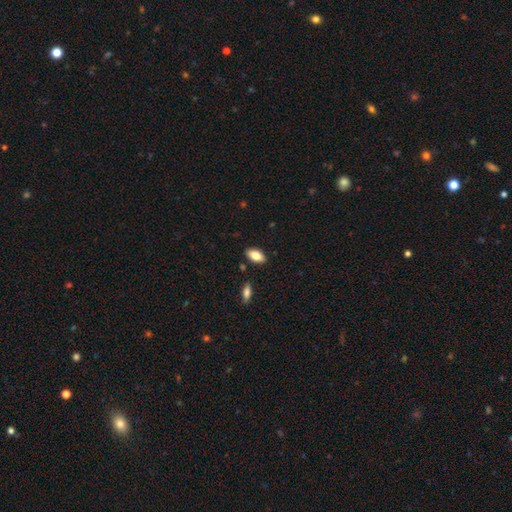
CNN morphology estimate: smooth_or_featured: smooth (p=0.81) [alt: featured or disk p=0.12]
how_rounded: in between (p=0.91) [alt: cigar-shaped p=0.06]
merging: none (p=0.87) [alt: minor disturbance p=0.09]